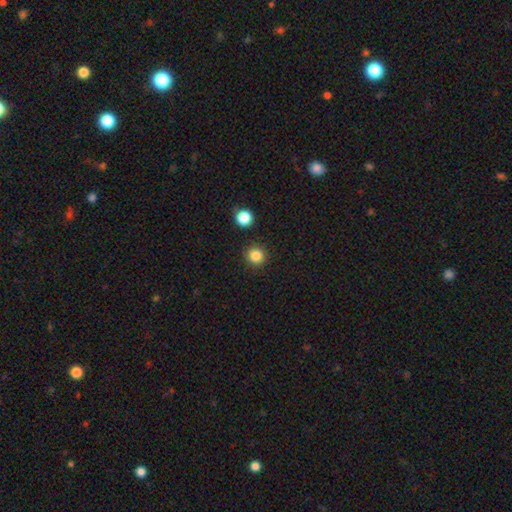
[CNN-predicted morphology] This is clearly a smooth galaxy (85%). How rounded: clearly round (93%). Merging: clearly none (89%).